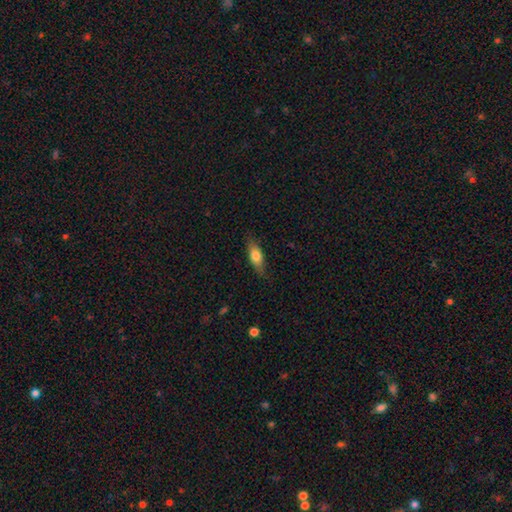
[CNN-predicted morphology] This is likely a smooth galaxy (71%). How rounded: likely in between (64%). Merging: clearly none (80%).